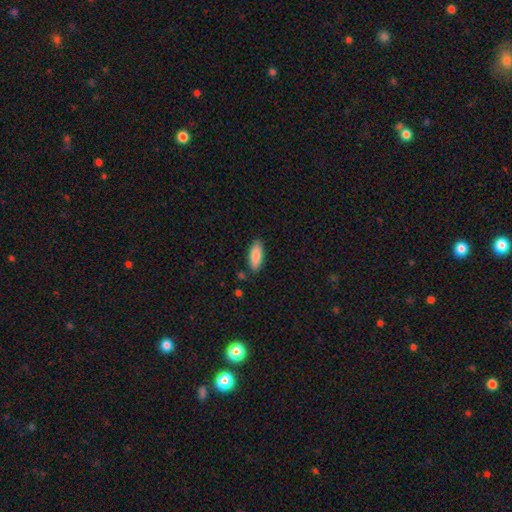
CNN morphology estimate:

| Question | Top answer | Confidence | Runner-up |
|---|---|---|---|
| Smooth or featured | smooth | 88% | featured or disk (6%) |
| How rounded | in between | 77% | cigar-shaped (21%) |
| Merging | none | 84% | minor disturbance (11%) |